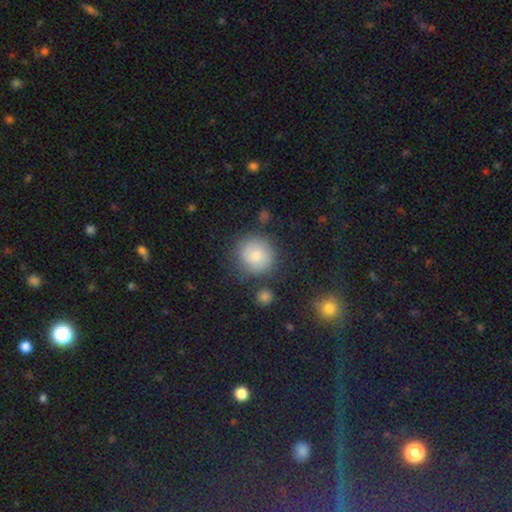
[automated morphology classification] Q: Smooth or featured?
A: smooth (75%); runner-up: featured or disk (16%)
Q: How rounded?
A: round (91%); runner-up: in between (8%)
Q: Merging?
A: none (74%); runner-up: minor disturbance (15%)